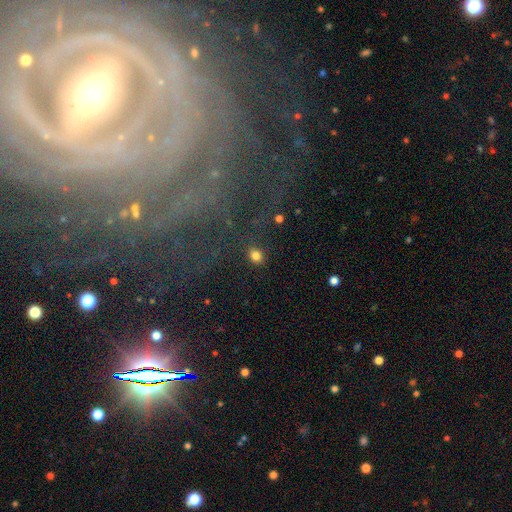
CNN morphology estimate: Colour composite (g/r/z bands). It shows a smooth galaxy with no disk features (80%) that is round (65%). Merging: none (83%).